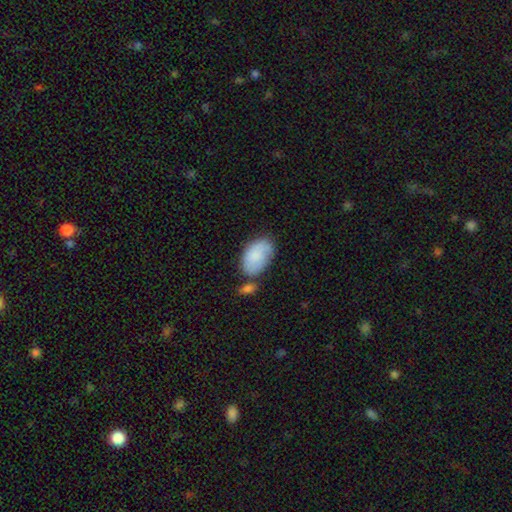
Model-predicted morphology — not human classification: Smooth or featured: smooth — 82% (featured or disk — 12%)
How rounded: in between — 93% (round — 6%)
Merging: none — 50% (minor disturbance — 24%)